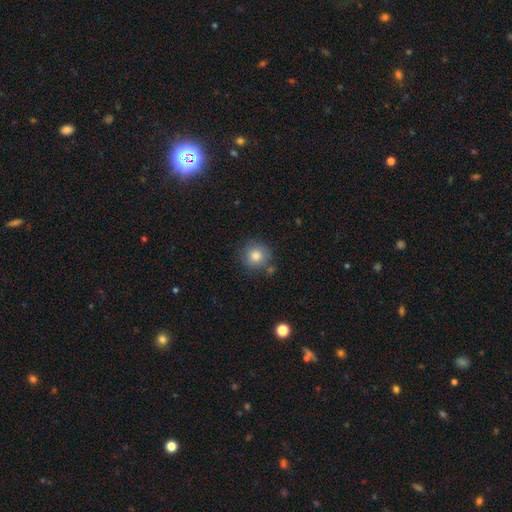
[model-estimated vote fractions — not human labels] The model was most divided on "merging": none: 80%, minor disturbance: 11%, merger: 5%, major disturbance: 3%. More confident: how rounded — round (92%); smooth or featured — smooth (82%).